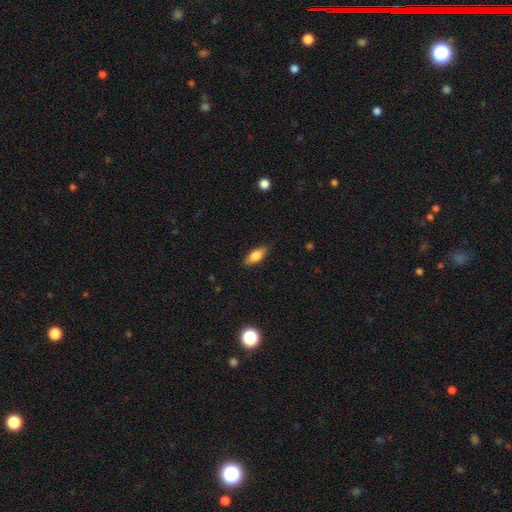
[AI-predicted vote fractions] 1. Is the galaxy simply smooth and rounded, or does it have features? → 73% smooth, 20% featured or disk, 7% star or artifact.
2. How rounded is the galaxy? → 77% in between, 20% cigar-shaped, 3% round.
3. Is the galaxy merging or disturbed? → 86% none, 11% minor disturbance, 2% major disturbance, 1% merger.